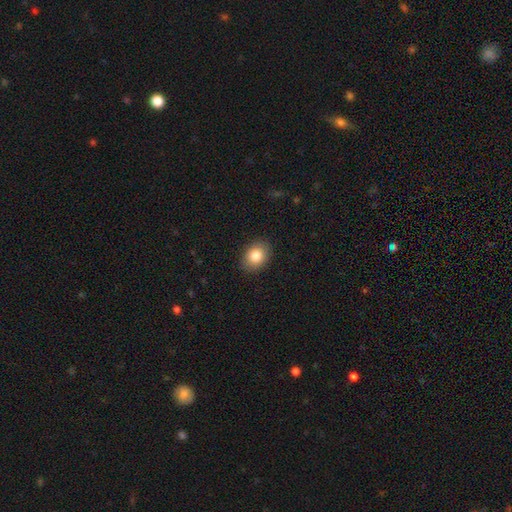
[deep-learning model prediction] Smooth or featured?
  - smooth: 84% *
  - star or artifact: 8%
  - featured or disk: 8%
How rounded?
  - in between: 65% *
  - round: 34%
  - cigar-shaped: 1%
Merging?
  - none: 88% *
  - minor disturbance: 9%
  - major disturbance: 2%
  - merger: 1%